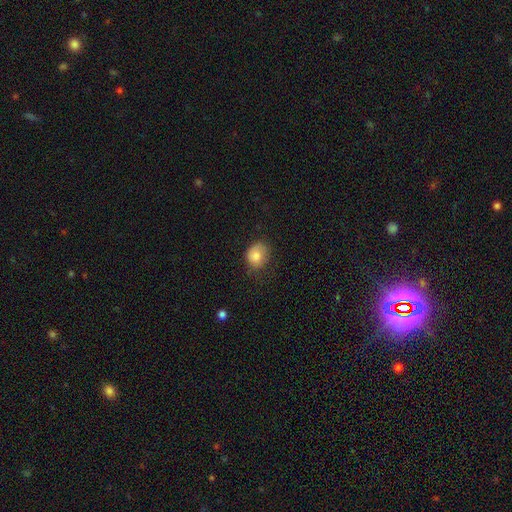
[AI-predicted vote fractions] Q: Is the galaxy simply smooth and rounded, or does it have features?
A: smooth — 82%.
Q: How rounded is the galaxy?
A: round — 56%.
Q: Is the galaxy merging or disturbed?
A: none — 58%.